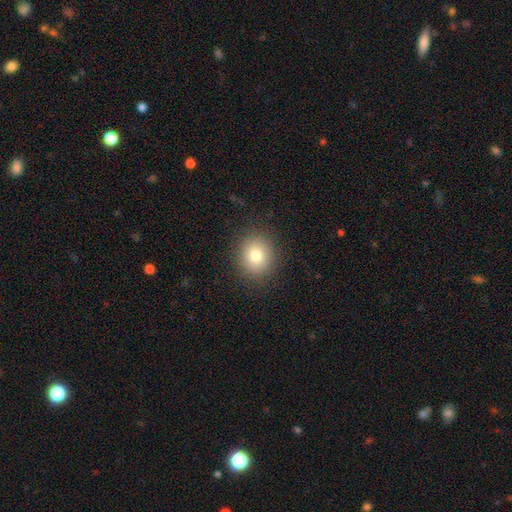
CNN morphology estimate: A smooth galaxy with no disk features (80%) that is round (78%).

Vote fractions:
- Smooth or featured? smooth: 80% / star or artifact: 11% / featured or disk: 9%
- How rounded? round: 78% / in between: 21% / cigar-shaped: 1%
- Merging? none: 89% / minor disturbance: 7% / major disturbance: 3% / merger: 1%